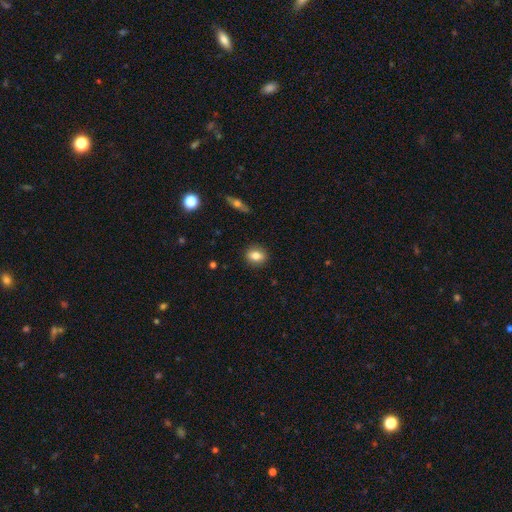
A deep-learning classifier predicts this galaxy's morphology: type=smooth (81%); roundness=in between (52%); merging=none (89%).